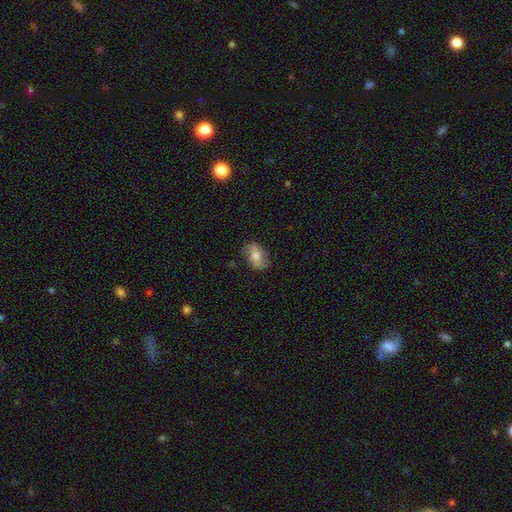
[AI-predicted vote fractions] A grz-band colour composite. It shows a smooth galaxy with no disk features (48%). Merging: none (77%).